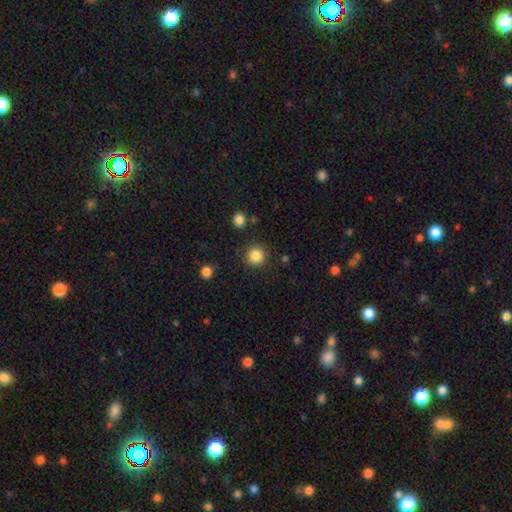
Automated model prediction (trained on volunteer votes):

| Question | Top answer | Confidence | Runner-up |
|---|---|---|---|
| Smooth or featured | smooth | 86% | star or artifact (10%) |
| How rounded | round | 95% | in between (4%) |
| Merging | none | 90% | minor disturbance (6%) |